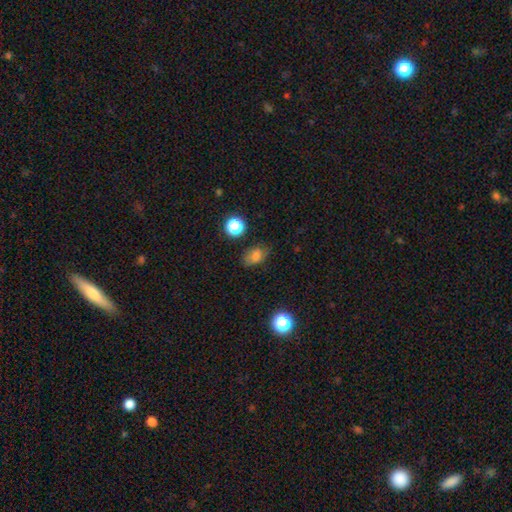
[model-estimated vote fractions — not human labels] A smooth galaxy with no disk features (75%) that is in between round and cigar-shaped (78%). Merging: none (72%).